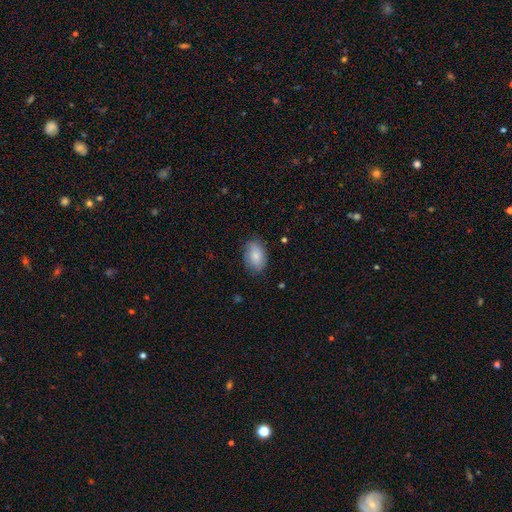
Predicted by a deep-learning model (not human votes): This is clearly a smooth galaxy (83%). How rounded: clearly in between (88%). Merging: likely none (79%).